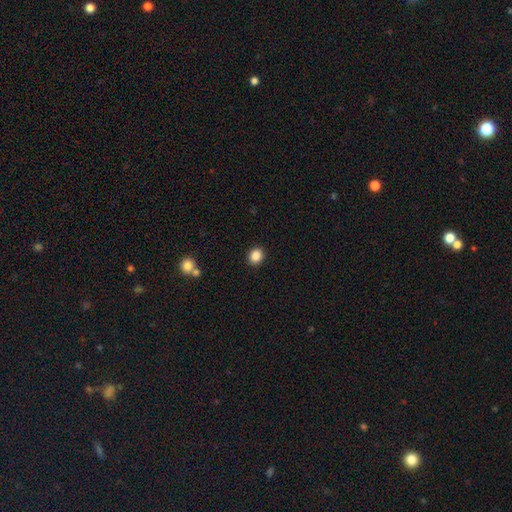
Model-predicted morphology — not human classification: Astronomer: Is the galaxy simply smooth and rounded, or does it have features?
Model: smooth — 87%.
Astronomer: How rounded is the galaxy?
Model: round — 66%.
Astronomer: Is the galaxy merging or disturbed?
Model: none — 90%.